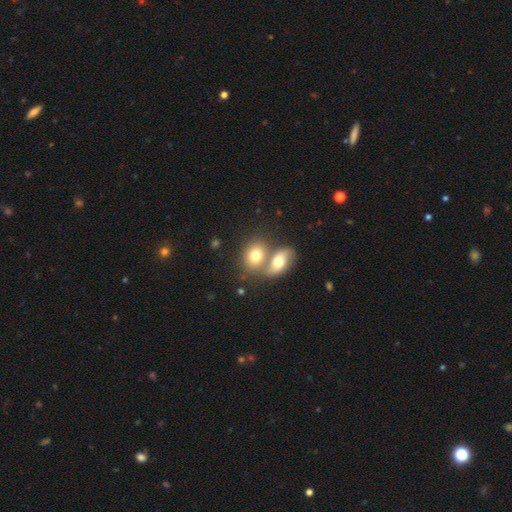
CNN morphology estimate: This is likely a smooth galaxy (73%). How rounded: likely in between (64%). Merging: possibly merger (55%).